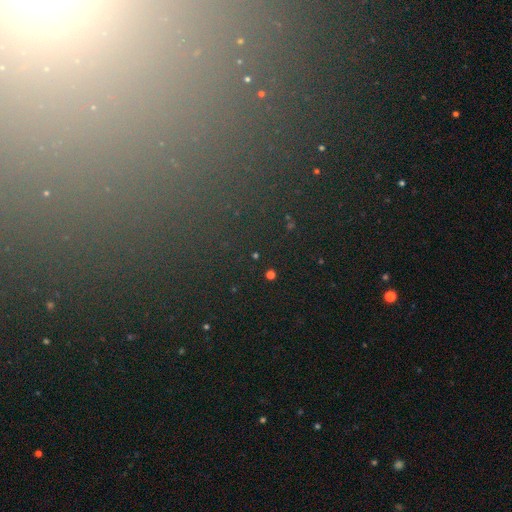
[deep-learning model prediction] Smooth or featured? star or artifact (69%)